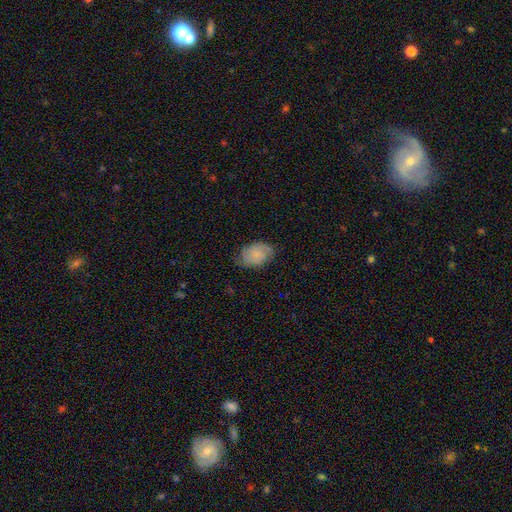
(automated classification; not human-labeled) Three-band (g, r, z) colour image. It shows a smooth galaxy with no disk features (53%) that is in between round and cigar-shaped (82%). Merging: none (71%).